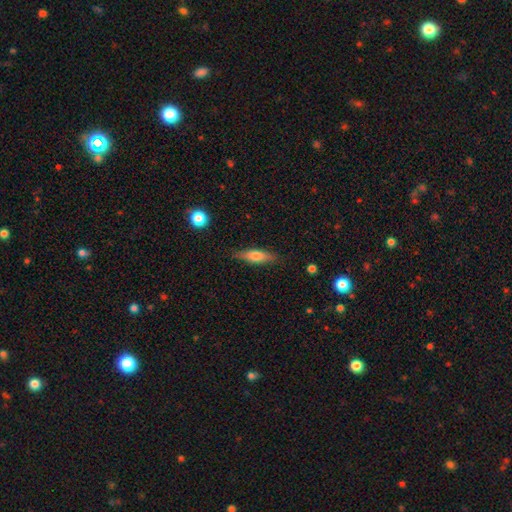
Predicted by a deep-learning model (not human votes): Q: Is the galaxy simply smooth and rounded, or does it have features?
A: smooth — 60%.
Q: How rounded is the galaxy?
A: cigar-shaped — 57%.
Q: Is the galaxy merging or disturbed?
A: none — 84%.